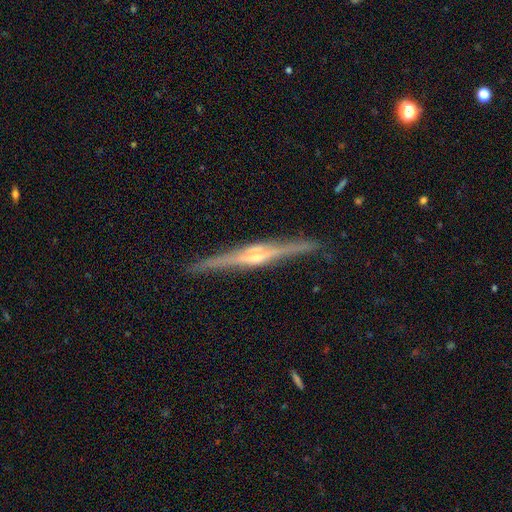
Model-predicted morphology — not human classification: Smooth or featured: featured or disk — 86% (smooth — 9%)
Edge-on disk: yes — 98% (no — 2%)
Edge-on bulge: rounded — 78% (boxy — 15%)
Merging: none — 89% (minor disturbance — 8%)